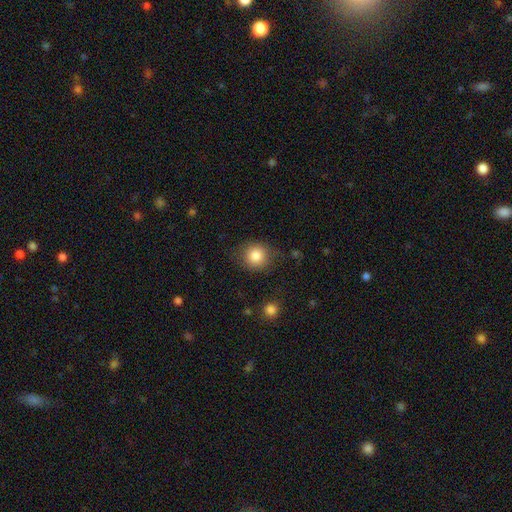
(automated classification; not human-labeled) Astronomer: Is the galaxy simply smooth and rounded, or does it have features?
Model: smooth — 84%.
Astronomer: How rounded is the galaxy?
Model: round — 87%.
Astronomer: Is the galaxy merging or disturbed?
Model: none — 81%.